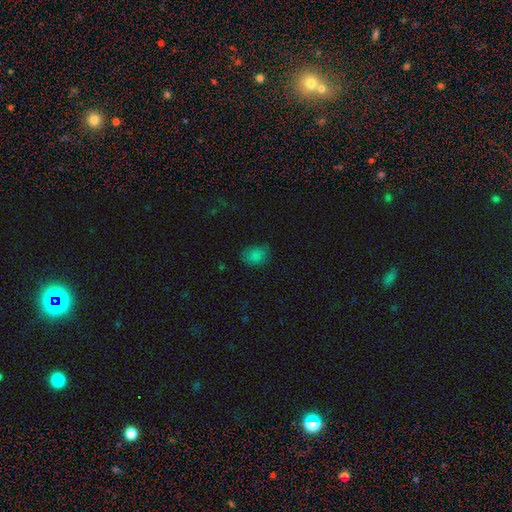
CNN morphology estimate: smooth 81%, star or artifact 14%, featured or disk 5%. Down the decision tree: how rounded — in between (67%); merging — none (67%).